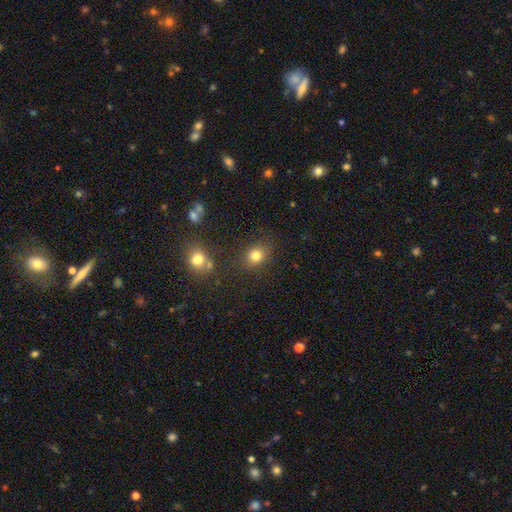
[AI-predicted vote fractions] The model was most divided on "how rounded": round: 62%, in between: 37%, cigar-shaped: 1%. More confident: smooth or featured — smooth (80%); merging — none (79%).